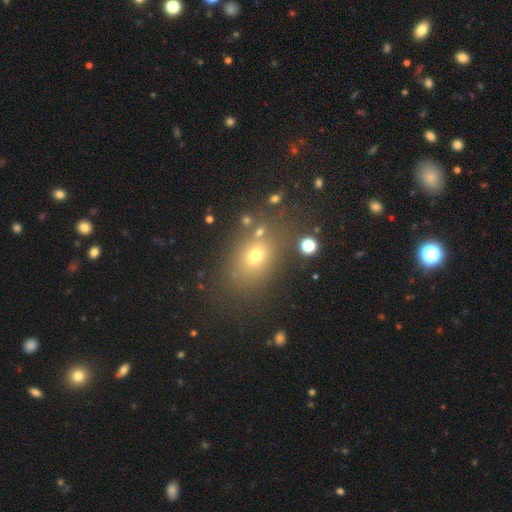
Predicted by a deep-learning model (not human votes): The model was most divided on "how rounded": in between: 61%, round: 37%, cigar-shaped: 2%. More confident: merging — none (76%); smooth or featured — smooth (66%).